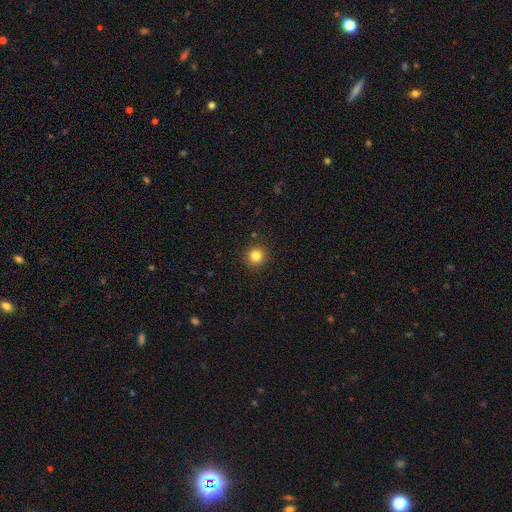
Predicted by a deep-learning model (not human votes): Morphology: type=smooth (83%); roundness=round (94%); merging=none (91%).